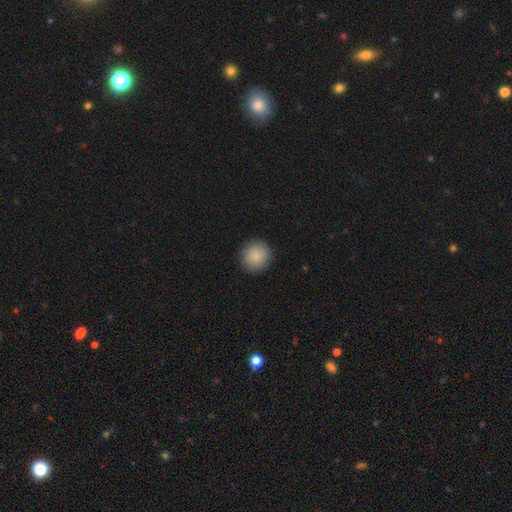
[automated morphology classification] This appears to be a smooth galaxy with no disk features (86%) that is round (94%). Merging: none (91%).